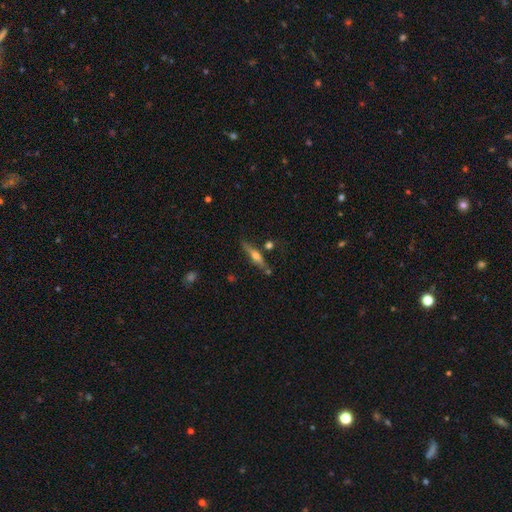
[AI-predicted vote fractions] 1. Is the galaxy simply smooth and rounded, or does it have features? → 57% featured or disk, 36% smooth, 7% star or artifact.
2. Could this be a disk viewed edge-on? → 94% yes, 6% no.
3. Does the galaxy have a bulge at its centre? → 88% rounded, 7% boxy, 5% none.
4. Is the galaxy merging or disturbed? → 75% none, 14% minor disturbance, 7% merger, 4% major disturbance.